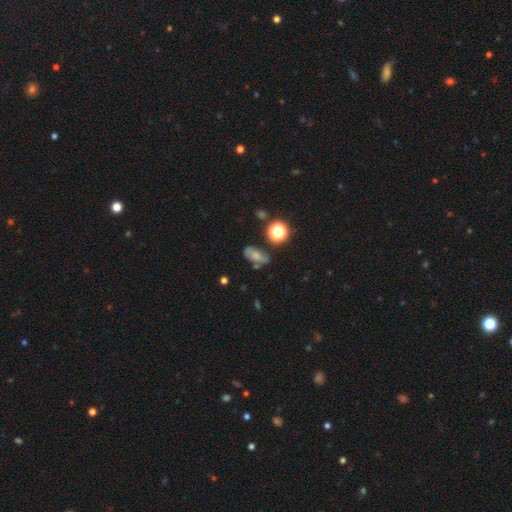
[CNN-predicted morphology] smooth_or_featured: smooth (p=0.51) [alt: featured or disk p=0.32]
how_rounded: in between (p=0.76) [alt: round p=0.17]
merging: none (p=0.63) [alt: minor disturbance p=0.23]